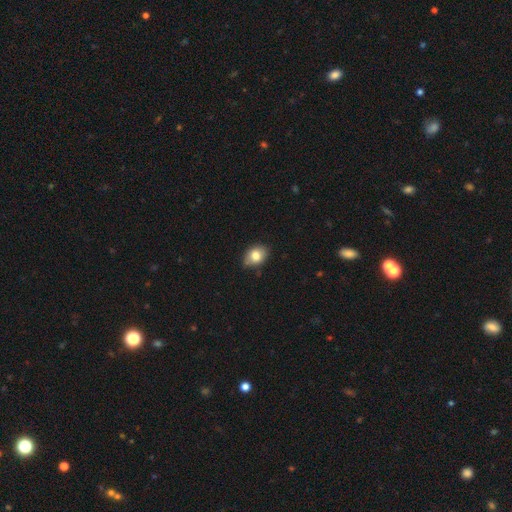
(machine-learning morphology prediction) This is clearly a smooth galaxy (80%). How rounded: likely in between (69%). Merging: likely none (79%).